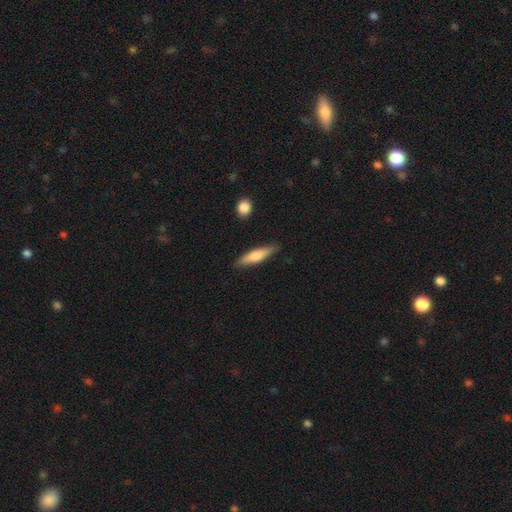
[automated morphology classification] Overall: smooth (63%; featured or disk 32%). How rounded: cigar-shaped (76%). Merging: none (86%).